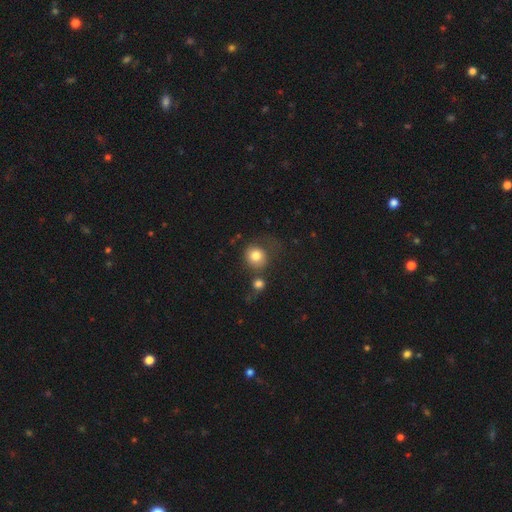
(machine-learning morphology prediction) type=smooth (79%); roundness=round (82%); merging=none (49%).